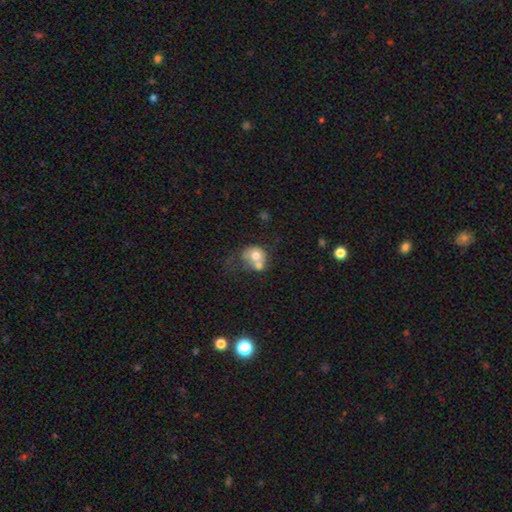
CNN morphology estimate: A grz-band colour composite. It shows a smooth galaxy with no disk features (63%) that is round (66%). Merging: merger (51%).